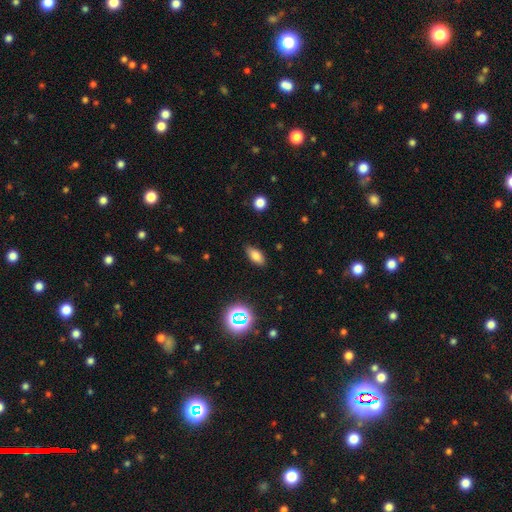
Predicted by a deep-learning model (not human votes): Q: Smooth or featured?
A: smooth (78%); runner-up: star or artifact (13%)
Q: How rounded?
A: in between (85%); runner-up: cigar-shaped (9%)
Q: Merging?
A: none (85%); runner-up: minor disturbance (11%)